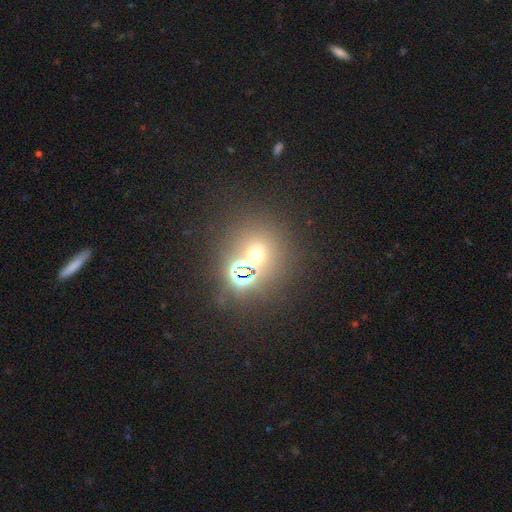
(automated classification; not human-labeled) A star or artifact, not a galaxy (48%).

Vote fractions:
- Smooth or featured? star or artifact: 48% / smooth: 41% / featured or disk: 12%